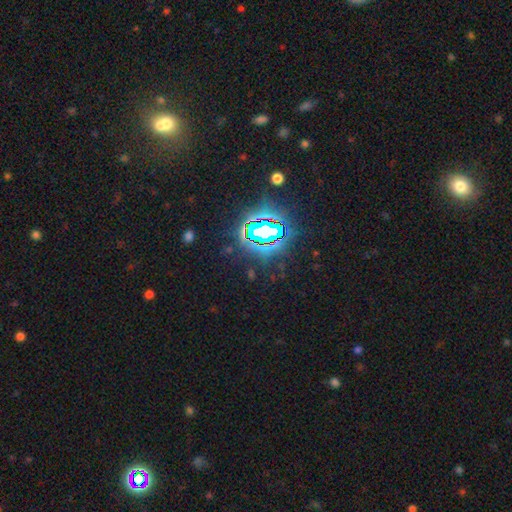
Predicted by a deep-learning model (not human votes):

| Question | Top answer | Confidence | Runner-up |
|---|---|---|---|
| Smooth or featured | star or artifact | 83% | smooth (10%) |